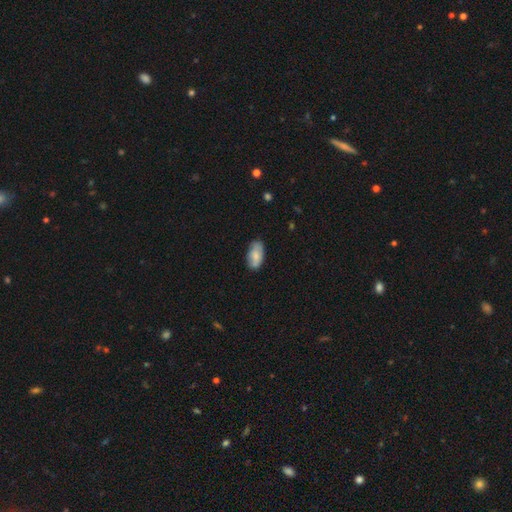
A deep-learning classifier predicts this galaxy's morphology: Smooth or featured? smooth (78%)
How rounded? in between (94%)
Merging? none (75%)